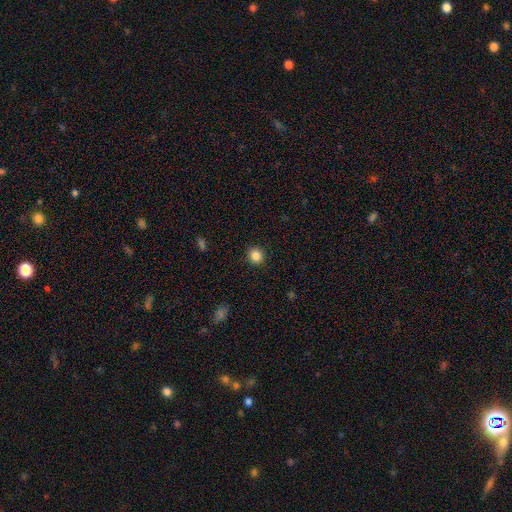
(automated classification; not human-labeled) Q: Smooth or featured?
A: smooth (85%); runner-up: star or artifact (11%)
Q: How rounded?
A: round (89%); runner-up: in between (10%)
Q: Merging?
A: none (92%); runner-up: minor disturbance (6%)